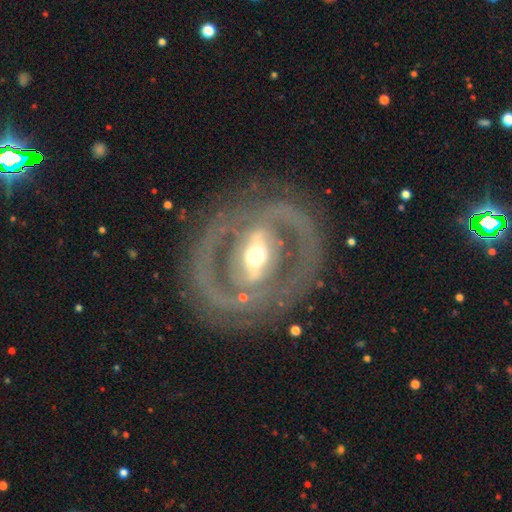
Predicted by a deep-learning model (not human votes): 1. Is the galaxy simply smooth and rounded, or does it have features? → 83% featured or disk, 11% smooth, 6% star or artifact.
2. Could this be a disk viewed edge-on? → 93% no, 7% yes.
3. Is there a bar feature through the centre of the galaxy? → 57% strong, 26% weak, 17% no.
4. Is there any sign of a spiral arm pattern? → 66% yes, 34% no.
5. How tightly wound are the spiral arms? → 45% tight, 37% medium, 18% loose.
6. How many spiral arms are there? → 70% 2, 16% can't tell, 5% 1, 4% 3, 2% 4, 2% more than 4.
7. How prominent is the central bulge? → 62% moderate, 17% large, 17% small, 3% dominant, 1% none.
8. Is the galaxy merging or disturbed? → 73% none, 13% major disturbance, 12% minor disturbance, 2% merger.